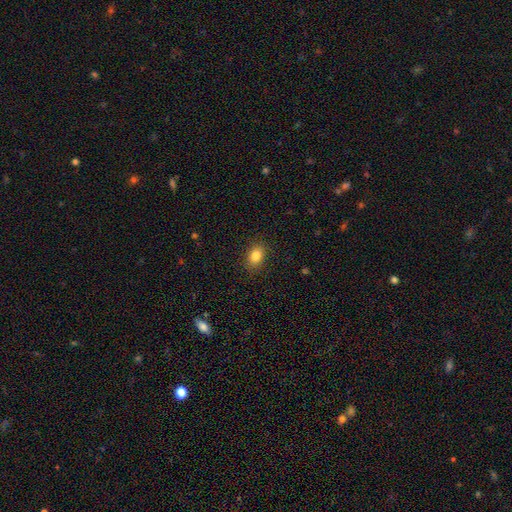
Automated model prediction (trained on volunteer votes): Smooth or featured: smooth — 85% (star or artifact — 9%)
How rounded: in between — 78% (round — 20%)
Merging: none — 87% (minor disturbance — 9%)